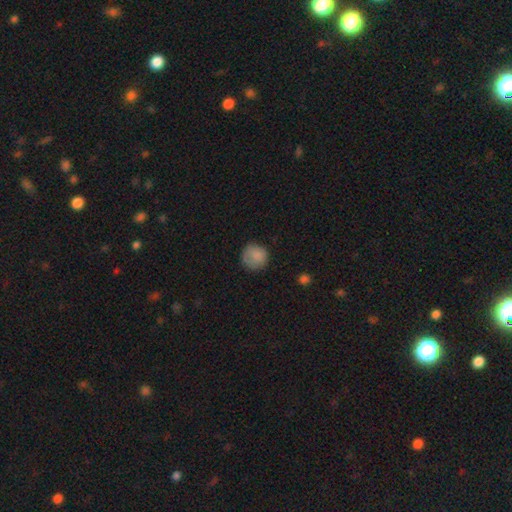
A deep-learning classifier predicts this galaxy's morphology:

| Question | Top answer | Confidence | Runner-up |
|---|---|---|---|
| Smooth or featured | smooth | 84% | star or artifact (8%) |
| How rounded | round | 91% | in between (8%) |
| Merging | none | 75% | minor disturbance (19%) |